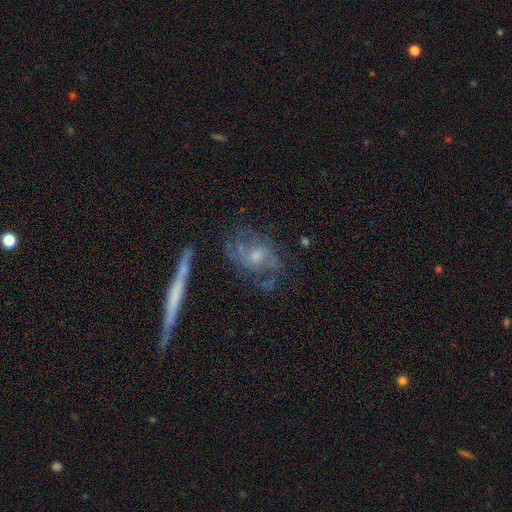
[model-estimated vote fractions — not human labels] Q: Smooth or featured?
A: featured or disk (70%); runner-up: smooth (20%)
Q: Edge-on disk?
A: no (88%); runner-up: yes (12%)
Q: Bar?
A: no (69%); runner-up: weak (25%)
Q: Spiral arms?
A: yes (75%); runner-up: no (25%)
Q: Bulge size?
A: moderate (50%); runner-up: small (33%)
Q: Merging?
A: none (60%); runner-up: minor disturbance (19%)